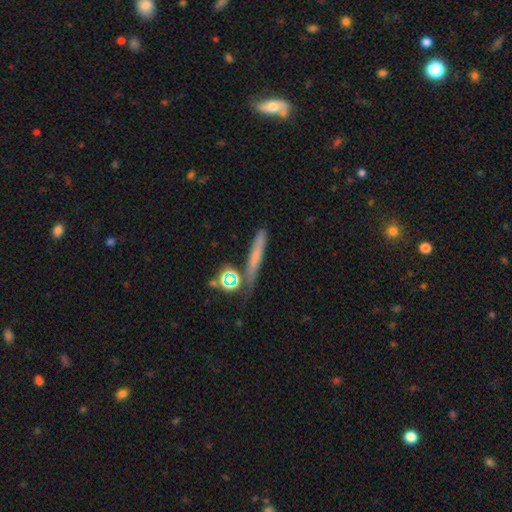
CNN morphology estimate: Q: Smooth or featured?
A: smooth (53%); runner-up: featured or disk (30%)
Q: How rounded?
A: cigar-shaped (79%); runner-up: round (12%)
Q: Merging?
A: none (69%); runner-up: minor disturbance (16%)